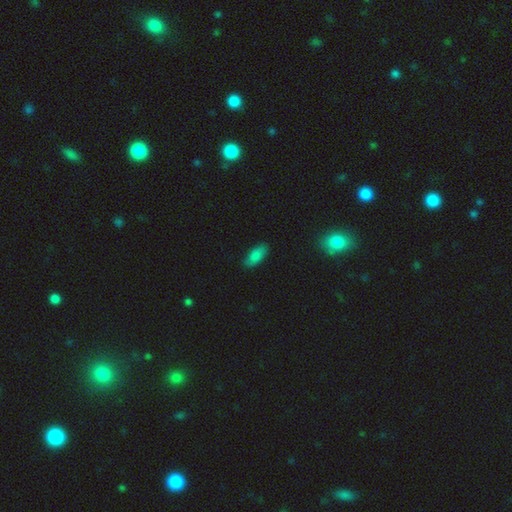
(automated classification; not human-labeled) Morphology: type=smooth (82%); roundness=in between (89%); merging=none (79%).